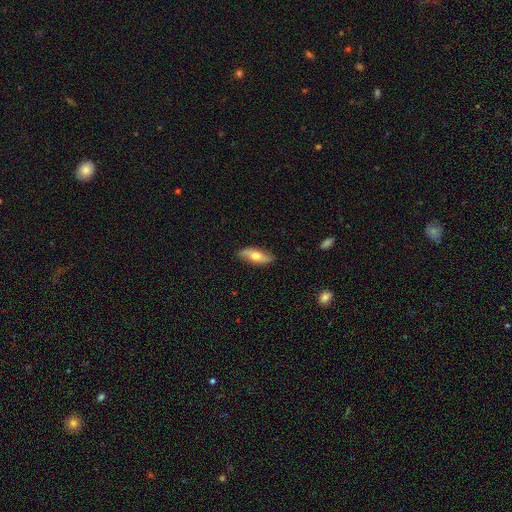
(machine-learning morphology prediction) Smooth or featured?
  - smooth: 54% *
  - featured or disk: 41%
  - star or artifact: 6%
How rounded?
  - in between: 64% *
  - cigar-shaped: 32%
  - round: 3%
Merging?
  - none: 83% *
  - minor disturbance: 14%
  - major disturbance: 2%
  - merger: 1%